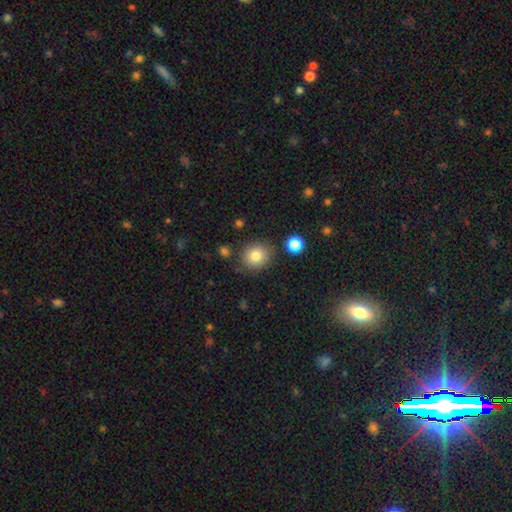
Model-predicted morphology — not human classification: The model was most divided on "how rounded": round: 77%, in between: 23%, cigar-shaped: 1%. More confident: merging — none (82%); smooth or featured — smooth (82%).